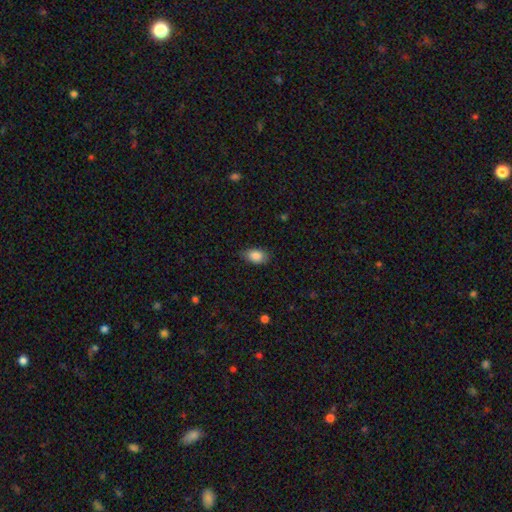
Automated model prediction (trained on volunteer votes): Smooth or featured?
  - smooth: 88% *
  - star or artifact: 7%
  - featured or disk: 5%
How rounded?
  - in between: 89% *
  - round: 9%
  - cigar-shaped: 2%
Merging?
  - none: 79% *
  - minor disturbance: 16%
  - major disturbance: 3%
  - merger: 1%